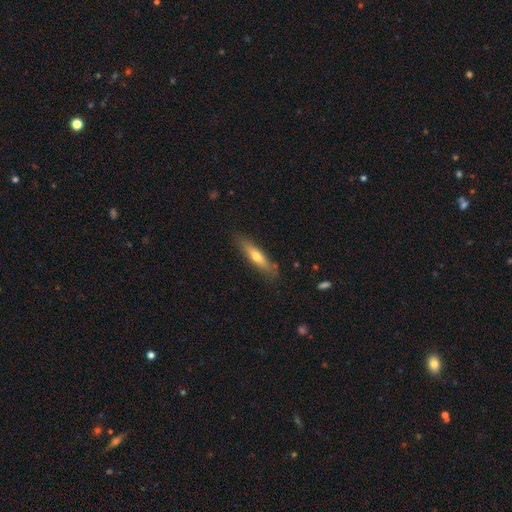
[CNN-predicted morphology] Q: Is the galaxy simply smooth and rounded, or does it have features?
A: smooth — 53%.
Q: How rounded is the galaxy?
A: cigar-shaped — 78%.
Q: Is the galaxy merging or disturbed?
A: none — 82%.